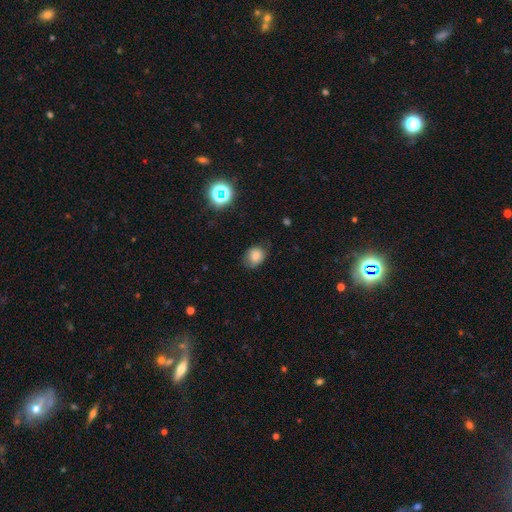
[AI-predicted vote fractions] smooth-or-featured: smooth: 80% | star or artifact: 12% | featured or disk: 8%
  how-rounded: round: 55% | in between: 44% | cigar-shaped: 1%
  merging: none: 63% | minor disturbance: 28% | major disturbance: 8% | merger: 1%